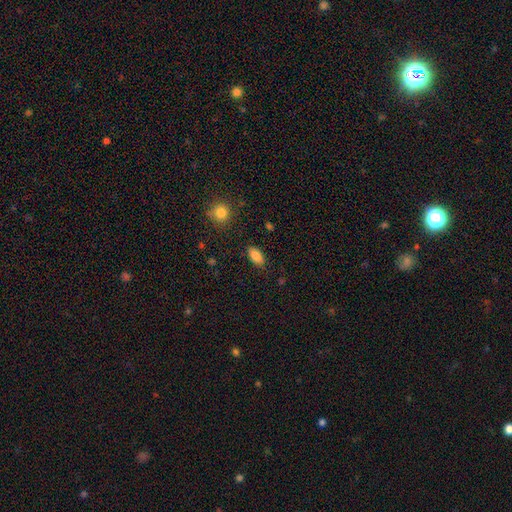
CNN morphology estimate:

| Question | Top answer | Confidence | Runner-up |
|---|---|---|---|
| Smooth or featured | smooth | 84% | star or artifact (8%) |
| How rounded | in between | 92% | round (4%) |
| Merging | none | 86% | minor disturbance (10%) |